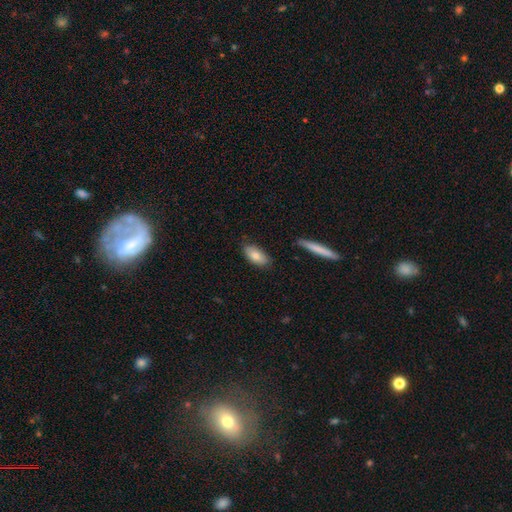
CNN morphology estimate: A smooth galaxy with no disk features (74%) that is in between round and cigar-shaped (91%).

Vote fractions:
- Smooth or featured? smooth: 74% / featured or disk: 20% / star or artifact: 6%
- How rounded? in between: 91% / cigar-shaped: 6% / round: 3%
- Merging? none: 79% / minor disturbance: 16% / major disturbance: 3% / merger: 2%